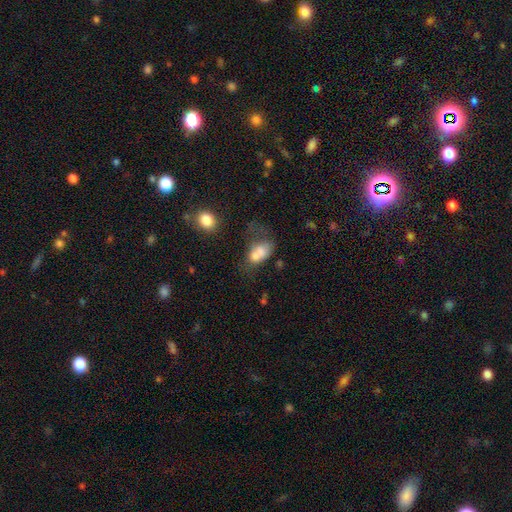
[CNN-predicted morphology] smooth-or-featured: smooth: 67% | featured or disk: 22% | star or artifact: 11%
  how-rounded: in between: 75% | round: 22% | cigar-shaped: 2%
  merging: merger: 49% | major disturbance: 20% | none: 18% | minor disturbance: 13%